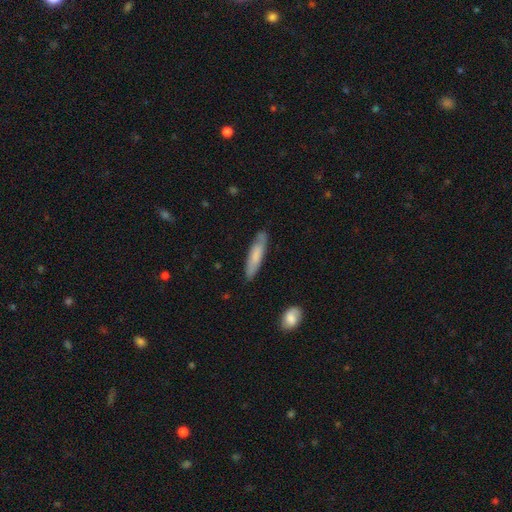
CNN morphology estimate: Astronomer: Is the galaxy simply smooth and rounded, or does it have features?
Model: smooth — 69%.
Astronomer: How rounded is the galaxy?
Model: cigar-shaped — 81%.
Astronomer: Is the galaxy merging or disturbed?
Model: none — 79%.